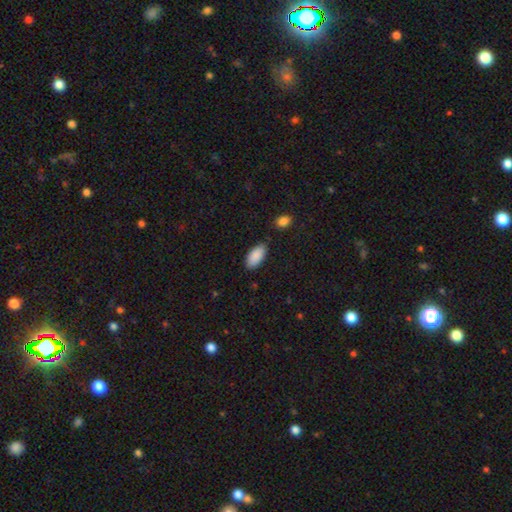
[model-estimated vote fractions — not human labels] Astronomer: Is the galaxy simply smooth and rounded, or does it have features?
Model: smooth — 90%.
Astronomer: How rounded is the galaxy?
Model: in between — 93%.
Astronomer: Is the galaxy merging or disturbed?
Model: none — 80%.